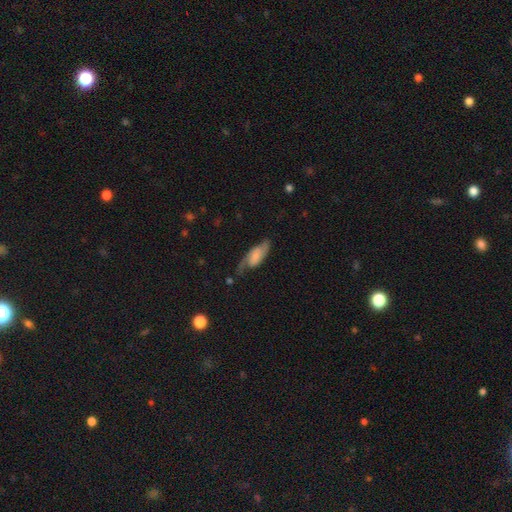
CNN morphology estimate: smooth_or_featured: featured or disk (p=0.59) [alt: smooth p=0.33]
disk_edge_on: no (p=0.88) [alt: yes p=0.12]
bar: no (p=0.52) [alt: weak p=0.34]
has_spiral_arms: yes (p=0.90) [alt: no p=0.10]
bulge_size: none (p=0.38) [alt: small p=0.25]
merging: none (p=0.54) [alt: minor disturbance p=0.26]